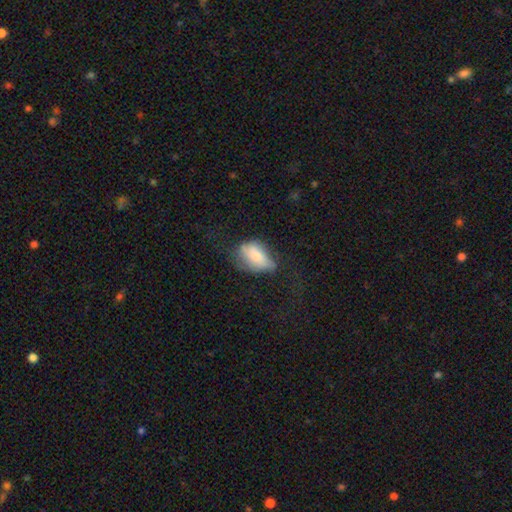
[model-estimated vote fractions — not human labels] Overall: smooth (69%). How rounded: in between (89%). Merging: minor disturbance (35%; none 33%).